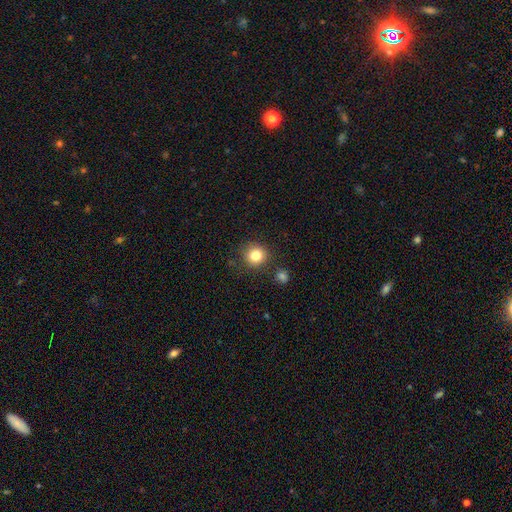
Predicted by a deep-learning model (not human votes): Q: Smooth or featured?
A: smooth (82%); runner-up: star or artifact (11%)
Q: How rounded?
A: round (91%); runner-up: in between (8%)
Q: Merging?
A: none (83%); runner-up: minor disturbance (9%)